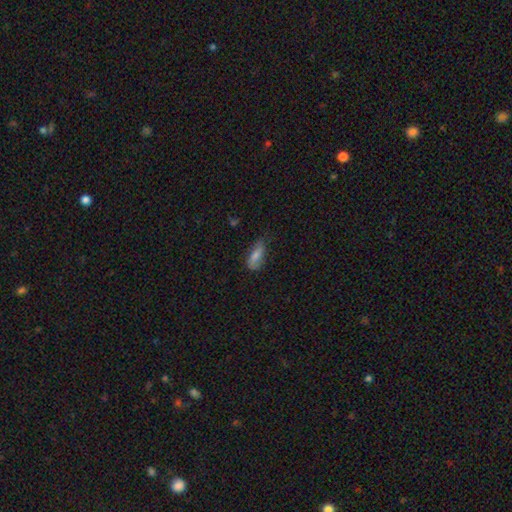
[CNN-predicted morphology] The model was most divided on "merging": none: 61%, minor disturbance: 30%, major disturbance: 7%, merger: 2%. More confident: how rounded — in between (77%); smooth or featured — smooth (63%).